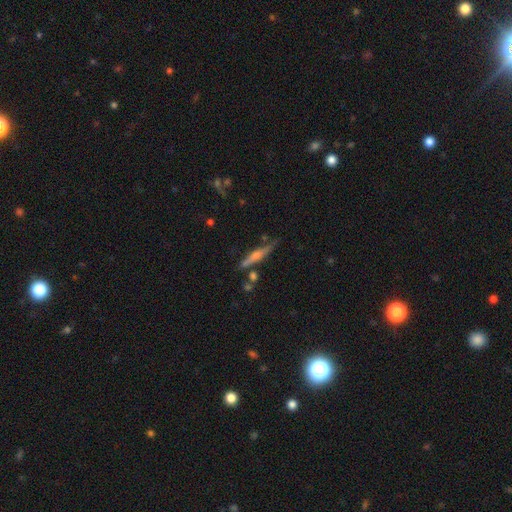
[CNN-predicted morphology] Smooth or featured? Predicted: featured or disk (p=0.67). Edge-on disk? Predicted: yes (p=0.96). Edge-on bulge? Predicted: rounded (p=0.82). Merging? Predicted: none (p=0.79).